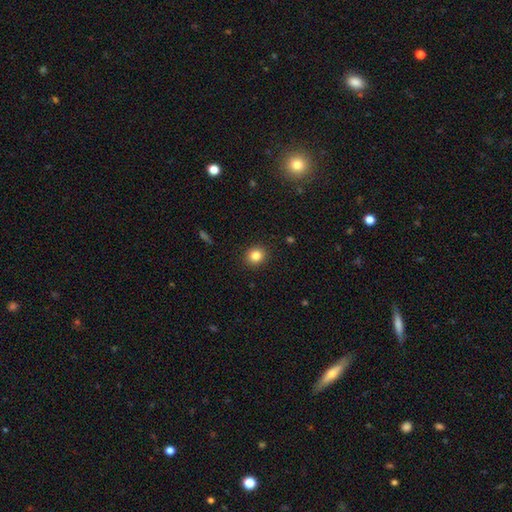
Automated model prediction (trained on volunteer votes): Smooth or featured?
  - smooth: 83% *
  - star or artifact: 11%
  - featured or disk: 6%
How rounded?
  - round: 82% *
  - in between: 17%
  - cigar-shaped: 1%
Merging?
  - none: 91% *
  - minor disturbance: 6%
  - major disturbance: 2%
  - merger: 1%